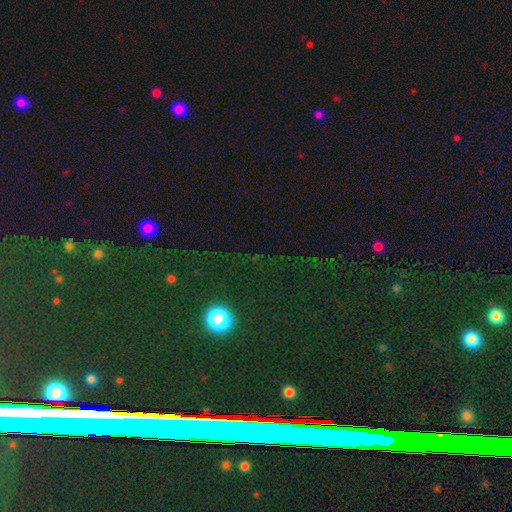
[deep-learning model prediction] Overall: star or artifact (78%).